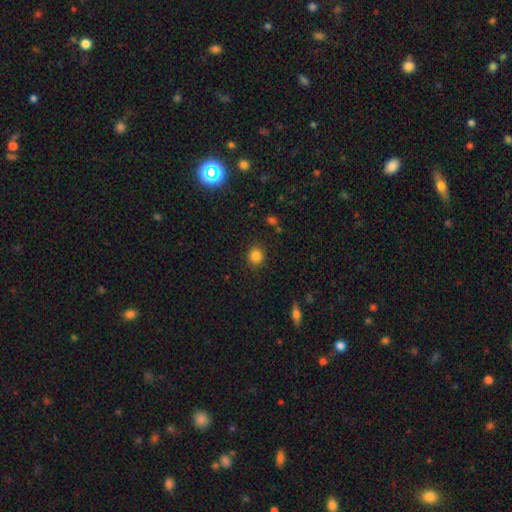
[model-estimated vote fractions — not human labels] A smooth galaxy with no disk features (83%) that is round (88%). Merging: none (89%).